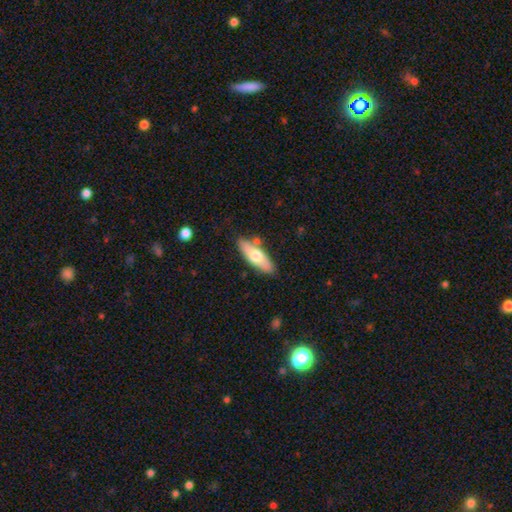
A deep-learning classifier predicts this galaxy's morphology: The model was most divided on "how rounded": in between: 59%, cigar-shaped: 38%, round: 2%. More confident: merging — none (79%); smooth or featured — smooth (61%).